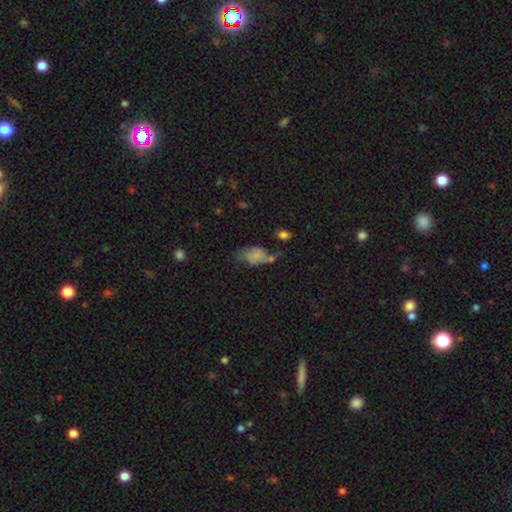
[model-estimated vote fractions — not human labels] Morphology: type=smooth (64%); roundness=in between (87%); merging=none (28%).